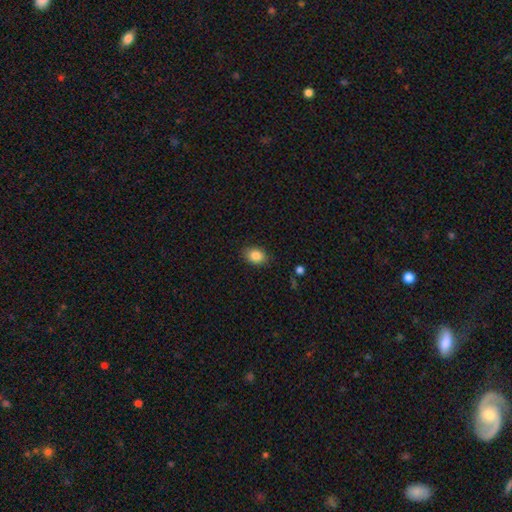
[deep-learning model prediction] smooth-or-featured: smooth: 85% | star or artifact: 9% | featured or disk: 6%
  how-rounded: in between: 71% | round: 27% | cigar-shaped: 1%
  merging: none: 85% | minor disturbance: 11% | major disturbance: 3% | merger: 1%